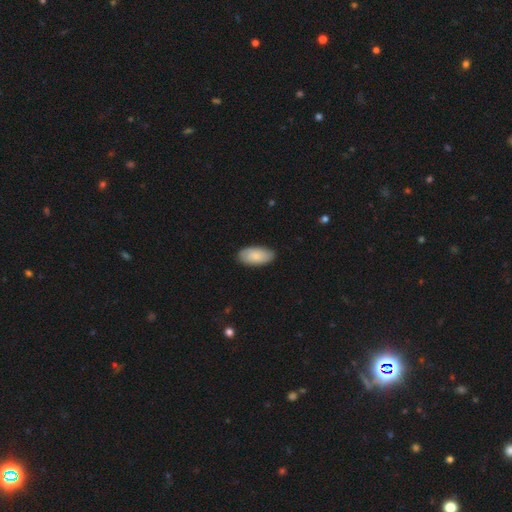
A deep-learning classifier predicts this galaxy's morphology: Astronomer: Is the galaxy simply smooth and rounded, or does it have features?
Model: smooth — 82%.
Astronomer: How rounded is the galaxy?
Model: in between — 94%.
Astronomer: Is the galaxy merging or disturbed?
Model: none — 85%.